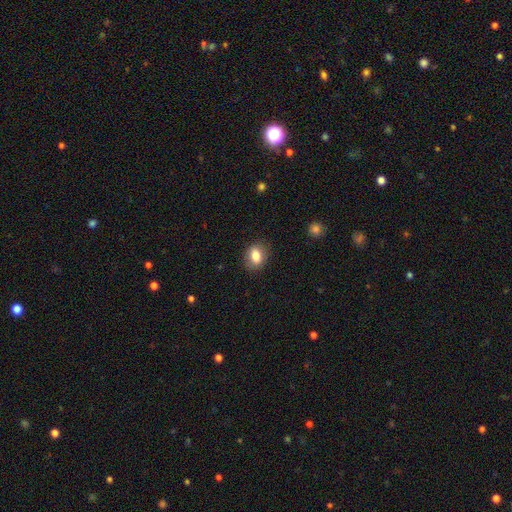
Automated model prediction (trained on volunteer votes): Smooth or featured: smooth — 82% (featured or disk — 9%)
How rounded: in between — 66% (round — 32%)
Merging: none — 84% (minor disturbance — 12%)